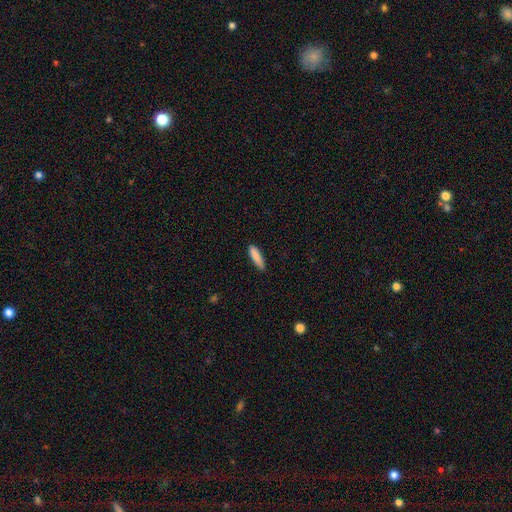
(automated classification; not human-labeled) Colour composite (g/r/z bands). It shows a smooth galaxy with no disk features (87%) that is cigar-shaped (74%). Merging: none (85%).